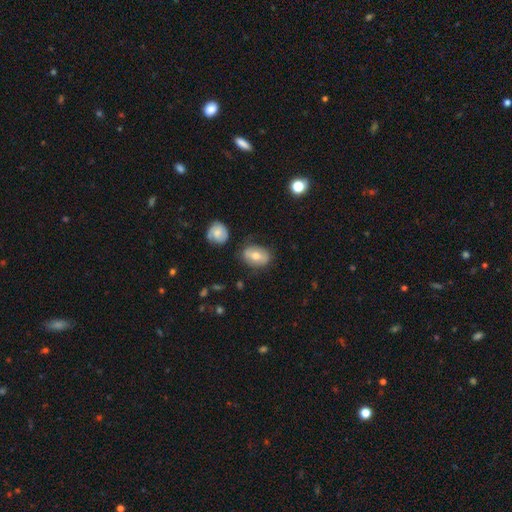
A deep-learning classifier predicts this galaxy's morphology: The model was most divided on "smooth or featured": smooth: 63%, featured or disk: 30%, star or artifact: 7%. More confident: how rounded — in between (75%); merging — none (74%).